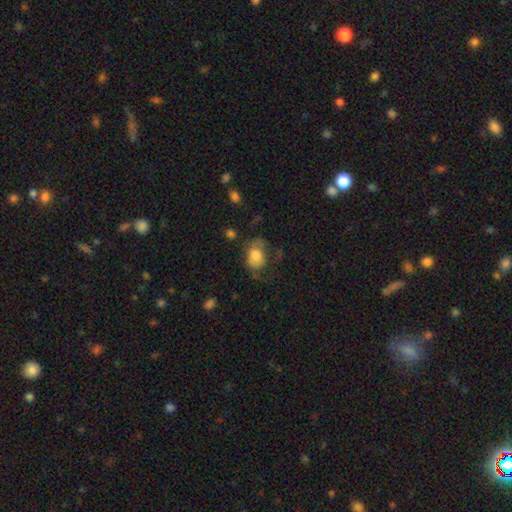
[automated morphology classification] smooth_or_featured: smooth (p=0.67) [alt: featured or disk p=0.24]
how_rounded: in between (p=0.57) [alt: round p=0.41]
merging: none (p=0.40) [alt: major disturbance p=0.31]